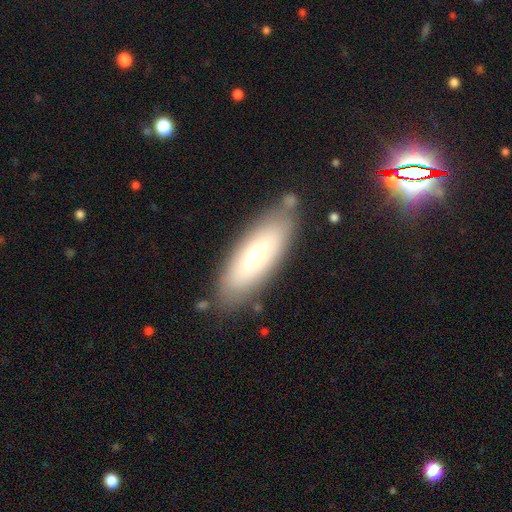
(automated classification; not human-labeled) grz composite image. It shows a smooth galaxy with no disk features (59%) that is in between round and cigar-shaped (64%). Merging: none (78%).